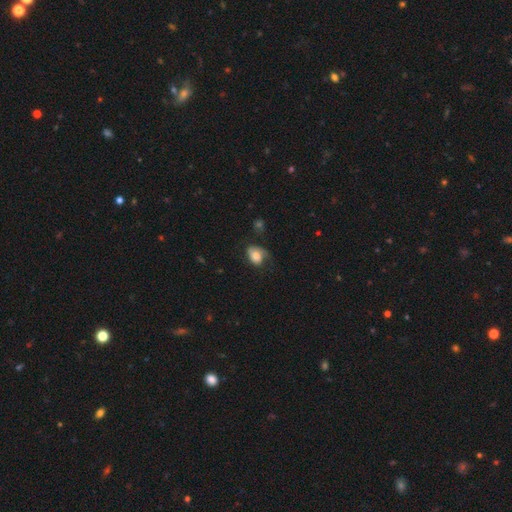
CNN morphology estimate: A smooth galaxy with no disk features (65%) that is in between round and cigar-shaped (65%). Merging: none (38%).